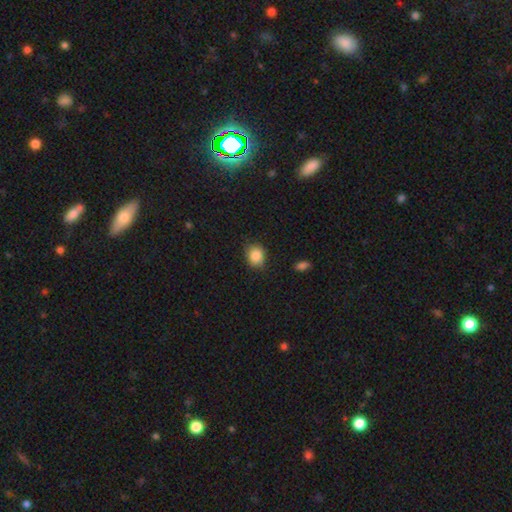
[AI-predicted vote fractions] This appears to be a smooth galaxy with no disk features (86%) that is round (65%). Merging: none (76%).